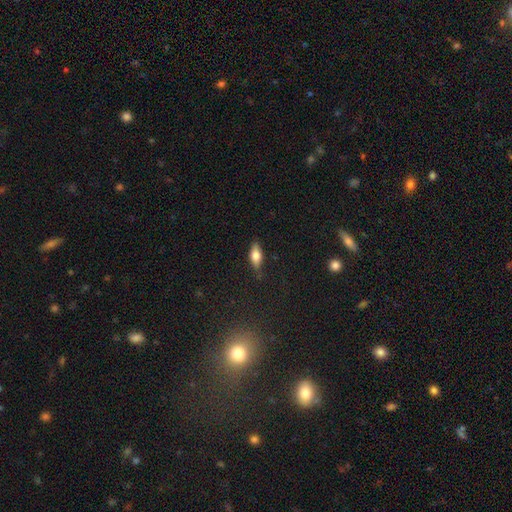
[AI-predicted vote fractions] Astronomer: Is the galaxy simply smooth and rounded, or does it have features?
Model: smooth — 60%.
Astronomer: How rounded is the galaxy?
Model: in between — 69%.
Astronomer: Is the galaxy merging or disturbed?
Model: none — 80%.